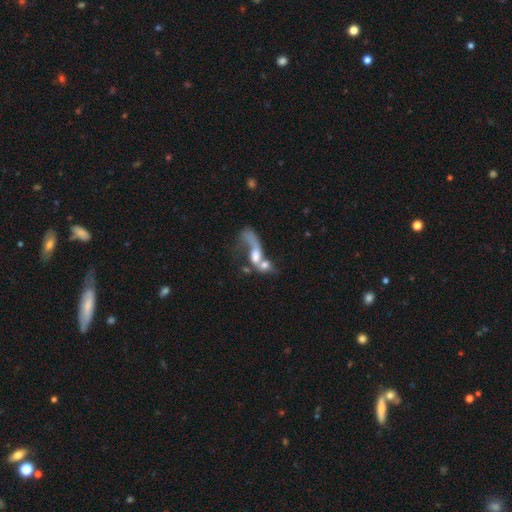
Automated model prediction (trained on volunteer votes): This appears to be a smooth galaxy with no disk features (46%). Merging: merger (62%).